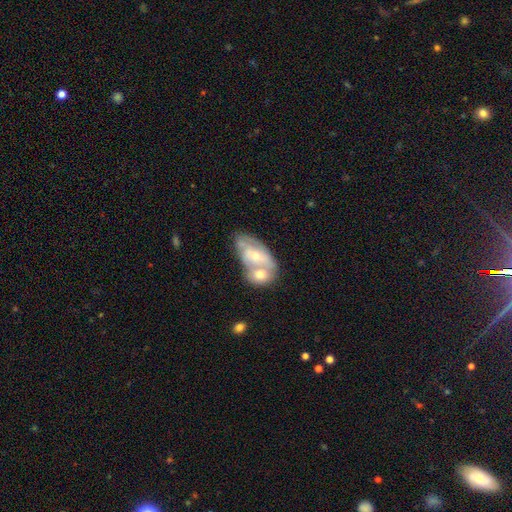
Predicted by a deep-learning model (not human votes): Smooth or featured? featured or disk (60%)
Edge-on disk? no (93%)
Bar? no (69%)
Spiral arms? no (50%, tied with yes)
Bulge size? moderate (52%)
Merging? merger (67%)